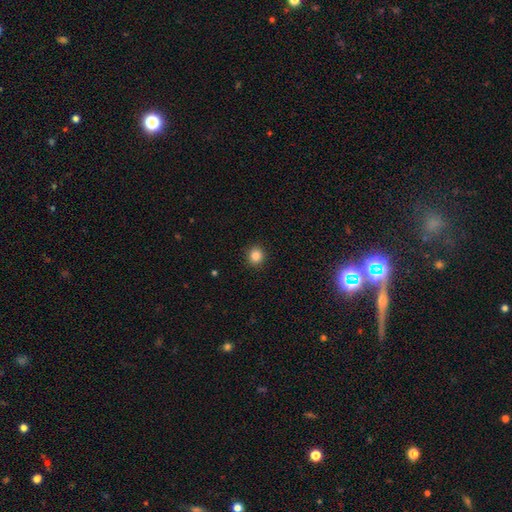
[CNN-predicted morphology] This appears to be a smooth galaxy with no disk features (85%) that is round (89%). Merging: none (92%).